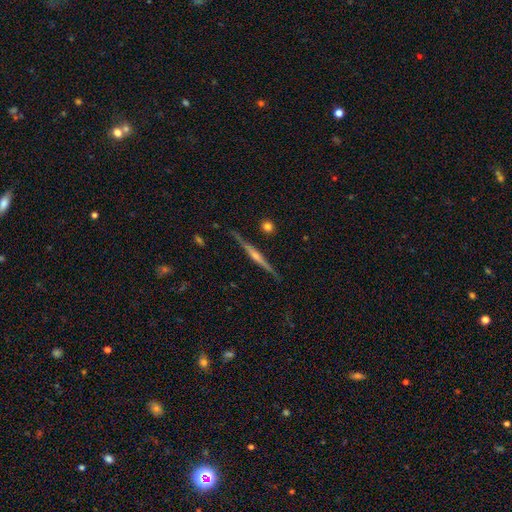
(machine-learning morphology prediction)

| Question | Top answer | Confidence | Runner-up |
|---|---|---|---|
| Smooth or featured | featured or disk | 83% | smooth (11%) |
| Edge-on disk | yes | 98% | no (2%) |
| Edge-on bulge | rounded | 82% | none (11%) |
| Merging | none | 89% | minor disturbance (8%) |